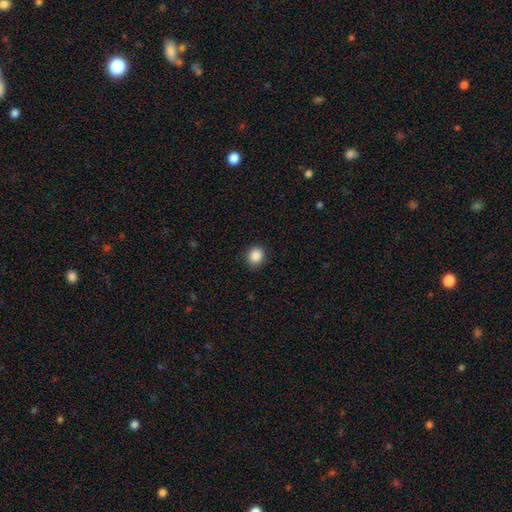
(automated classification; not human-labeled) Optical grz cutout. It shows a smooth galaxy with no disk features (88%) that is round (82%). Merging: none (88%).